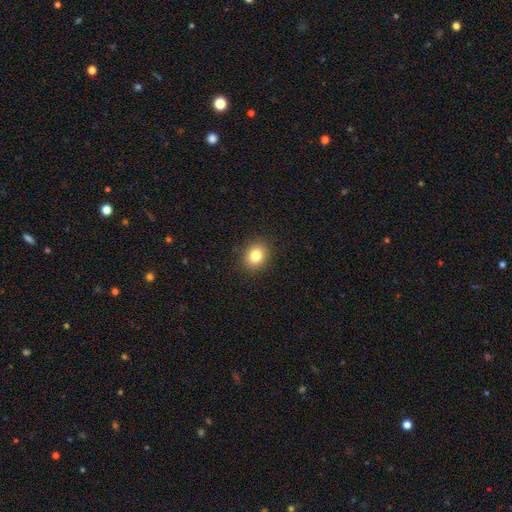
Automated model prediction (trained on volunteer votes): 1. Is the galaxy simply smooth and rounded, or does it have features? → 82% smooth, 11% star or artifact, 7% featured or disk.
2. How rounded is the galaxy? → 63% round, 36% in between, 1% cigar-shaped.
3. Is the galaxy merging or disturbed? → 90% none, 7% minor disturbance, 2% major disturbance, 1% merger.